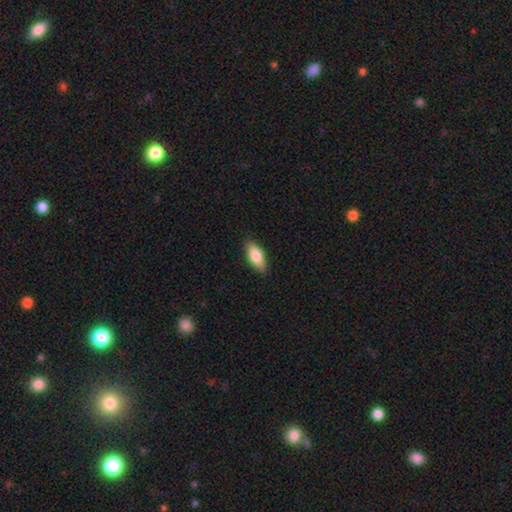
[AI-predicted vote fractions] smooth 79%, featured or disk 15%, star or artifact 6%. Down the decision tree: how rounded — in between (83%); merging — none (87%).